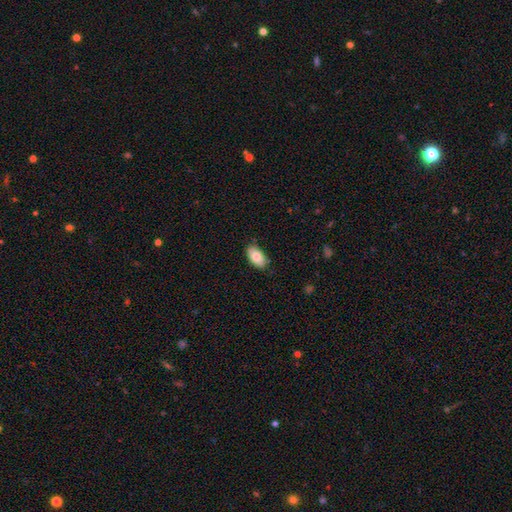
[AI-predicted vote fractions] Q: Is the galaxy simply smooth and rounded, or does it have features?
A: smooth — 84%.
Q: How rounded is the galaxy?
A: in between — 95%.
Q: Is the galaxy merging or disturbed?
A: none — 84%.